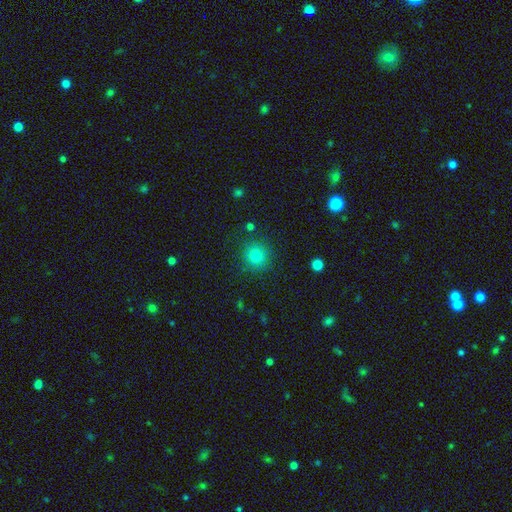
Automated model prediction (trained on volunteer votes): Q: Smooth or featured?
A: smooth (83%); runner-up: star or artifact (12%)
Q: How rounded?
A: round (91%); runner-up: in between (8%)
Q: Merging?
A: none (86%); runner-up: minor disturbance (8%)